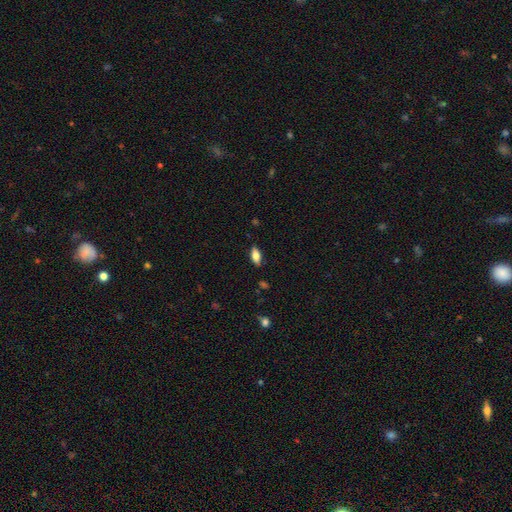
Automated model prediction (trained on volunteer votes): A smooth galaxy with no disk features (74%) that is in between round and cigar-shaped (85%). Merging: none (85%).